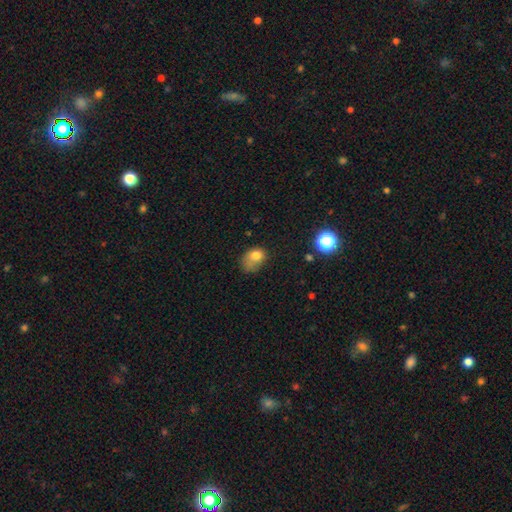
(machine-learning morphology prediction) Q: Smooth or featured?
A: smooth (74%); runner-up: featured or disk (14%)
Q: How rounded?
A: in between (63%); runner-up: round (36%)
Q: Merging?
A: minor disturbance (34%); runner-up: major disturbance (32%)